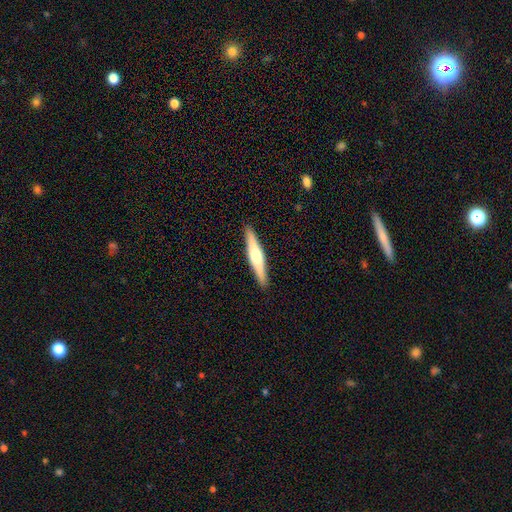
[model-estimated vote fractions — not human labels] Morphology: type=featured or disk (58%); edge-on=yes (97%); edge-on bulge=rounded (88%); merging=none (91%).